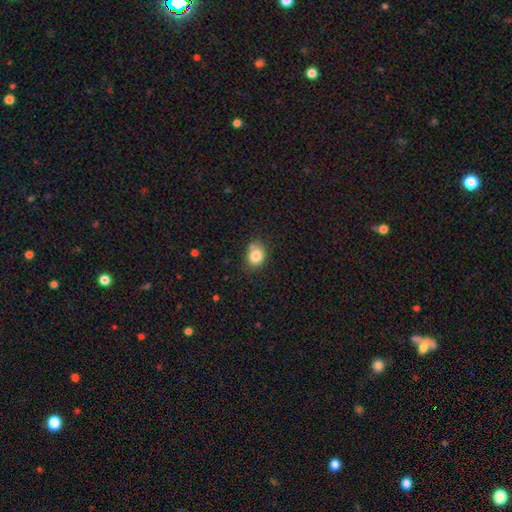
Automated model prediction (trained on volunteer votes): Overall: smooth (82%). How rounded: round (55%; in between 44%). Merging: none (68%).